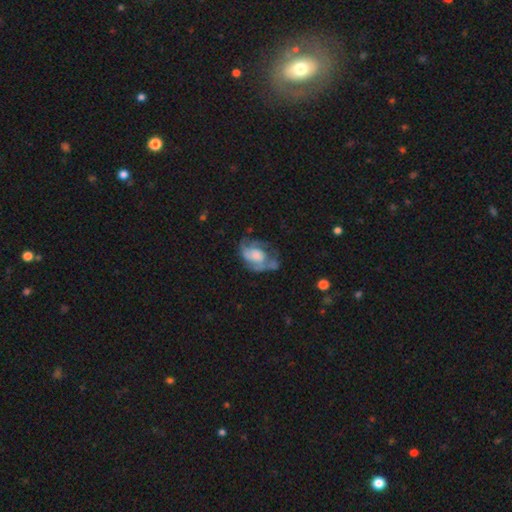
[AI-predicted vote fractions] Smooth or featured? featured or disk (72%)
Edge-on disk? no (97%)
Bar? no (72%)
Spiral arms? yes (84%)
Spiral winding? medium (43%)
Spiral arm count? 2 (50%)
Bulge size? large (39%)
Merging? none (42%)